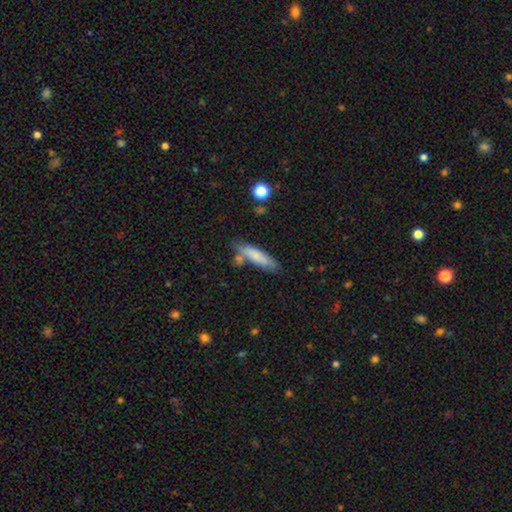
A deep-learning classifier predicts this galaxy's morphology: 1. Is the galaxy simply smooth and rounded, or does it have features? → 75% smooth, 19% featured or disk, 7% star or artifact.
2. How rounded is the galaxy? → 74% cigar-shaped, 25% in between, 2% round.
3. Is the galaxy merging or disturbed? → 66% none, 18% minor disturbance, 12% merger, 4% major disturbance.